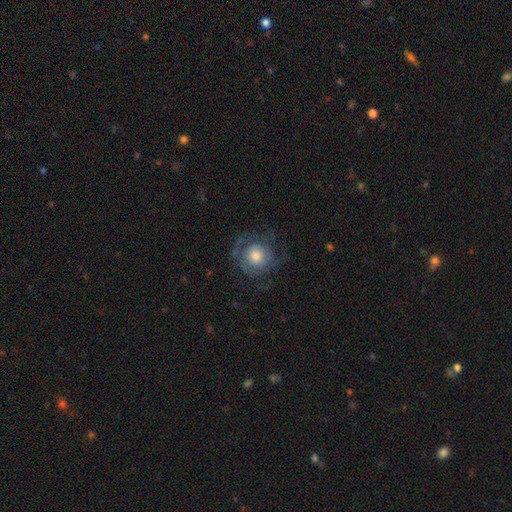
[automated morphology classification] Smooth or featured?
  - featured or disk: 59% *
  - smooth: 33%
  - star or artifact: 9%
Edge-on disk?
  - no: 97% *
  - yes: 3%
Bar?
  - no: 82% *
  - weak: 15%
  - strong: 3%
Spiral arms?
  - yes: 80% *
  - no: 20%
Bulge size?
  - moderate: 54% *
  - large: 26%
  - small: 15%
  - dominant: 3%
  - none: 2%
Merging?
  - none: 69% *
  - minor disturbance: 16%
  - major disturbance: 14%
  - merger: 1%